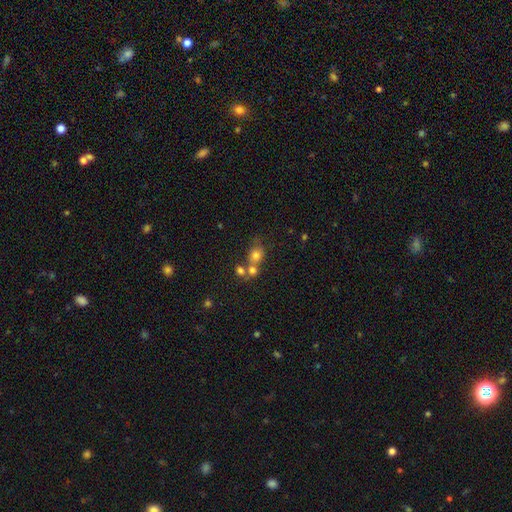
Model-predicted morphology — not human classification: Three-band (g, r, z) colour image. It shows a smooth galaxy with no disk features (73%) that is round (74%). Merging: none (43%).